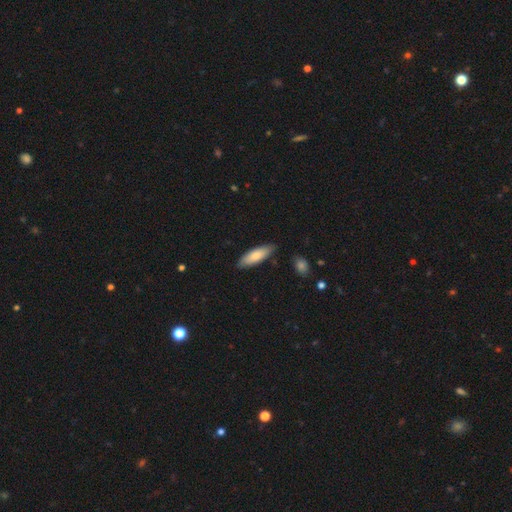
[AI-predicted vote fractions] Overall: smooth (77%). How rounded: in between (55%; cigar-shaped 43%). Merging: none (84%).